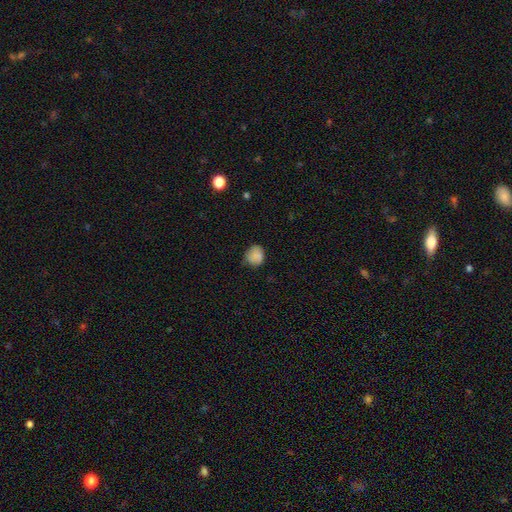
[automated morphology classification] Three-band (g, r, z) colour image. It shows a smooth galaxy with no disk features (85%) that is round (70%). Merging: none (70%).